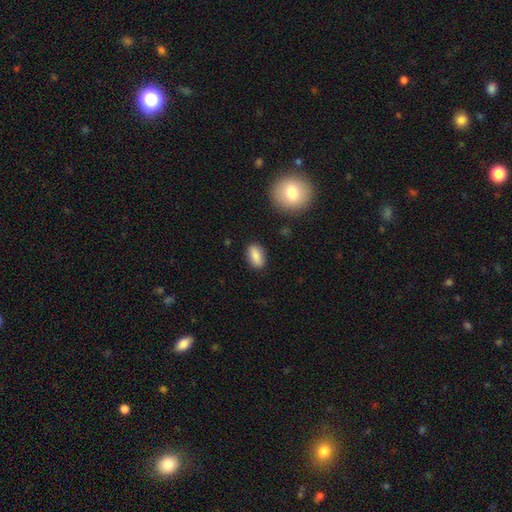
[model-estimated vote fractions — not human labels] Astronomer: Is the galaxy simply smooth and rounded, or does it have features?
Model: smooth — 85%.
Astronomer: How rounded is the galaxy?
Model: in between — 88%.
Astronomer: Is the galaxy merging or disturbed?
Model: none — 86%.